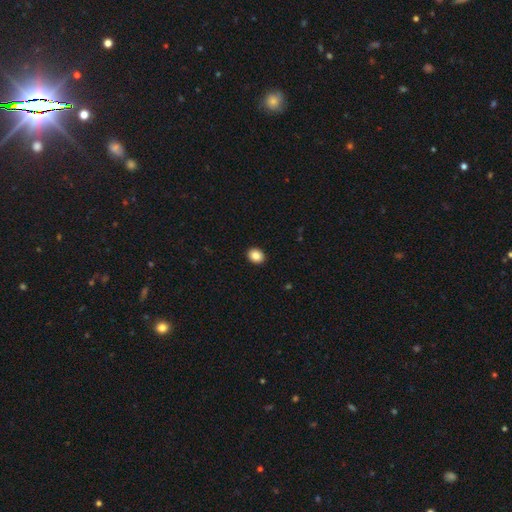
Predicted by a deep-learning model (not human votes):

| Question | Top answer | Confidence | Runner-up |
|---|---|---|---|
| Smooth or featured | smooth | 86% | star or artifact (9%) |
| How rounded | round | 57% | in between (42%) |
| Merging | none | 92% | minor disturbance (5%) |